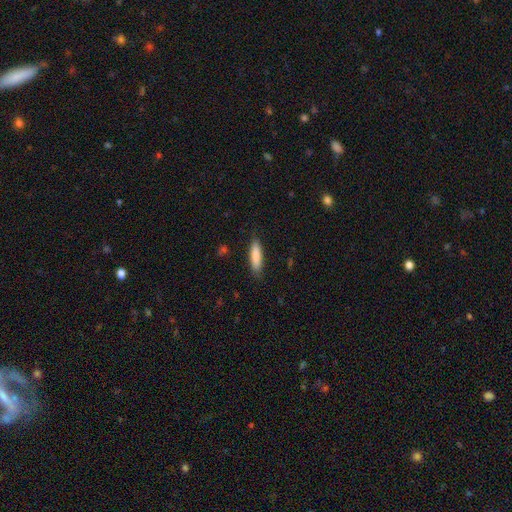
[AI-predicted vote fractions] Smooth or featured?
  - smooth: 84% *
  - featured or disk: 10%
  - star or artifact: 6%
How rounded?
  - cigar-shaped: 68% *
  - in between: 30%
  - round: 1%
Merging?
  - none: 85% *
  - minor disturbance: 11%
  - major disturbance: 2%
  - merger: 1%